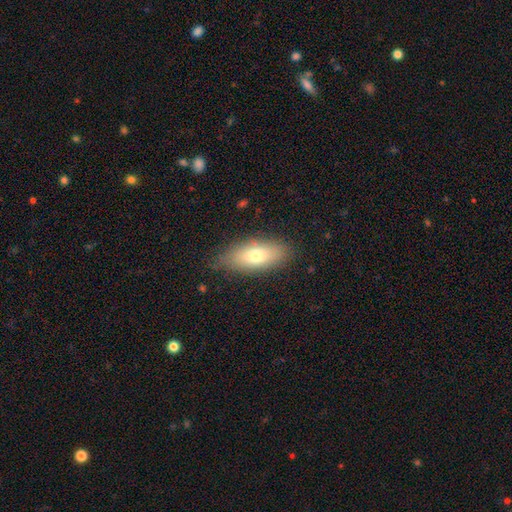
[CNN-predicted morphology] Smooth or featured: smooth — 71% (featured or disk — 21%)
How rounded: in between — 79% (cigar-shaped — 18%)
Merging: none — 82% (minor disturbance — 14%)